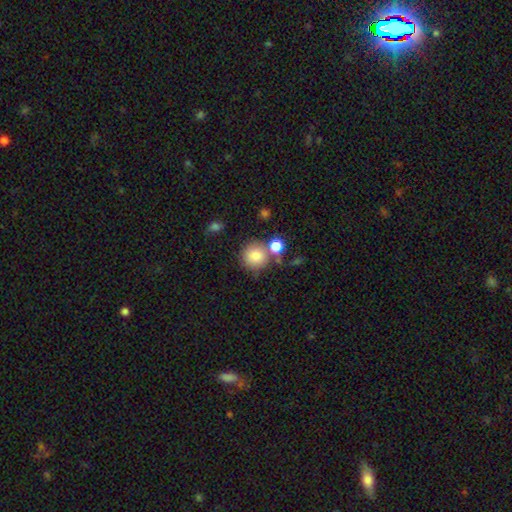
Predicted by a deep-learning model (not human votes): Smooth or featured: smooth — 81% (star or artifact — 11%)
How rounded: round — 92% (in between — 7%)
Merging: none — 68% (merger — 18%)